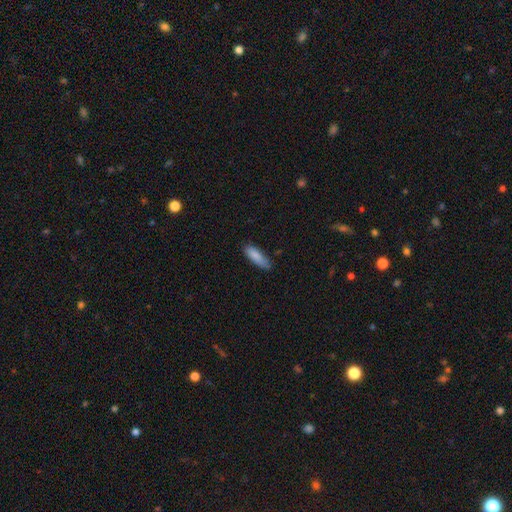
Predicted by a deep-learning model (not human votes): Overall: smooth (86%). How rounded: in between (51%; cigar-shaped 48%). Merging: none (72%).